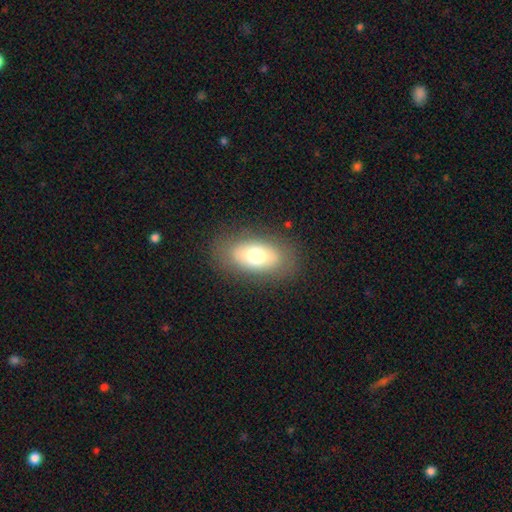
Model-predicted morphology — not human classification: A smooth galaxy with no disk features (65%) that is in between round and cigar-shaped (90%). Merging: none (82%).